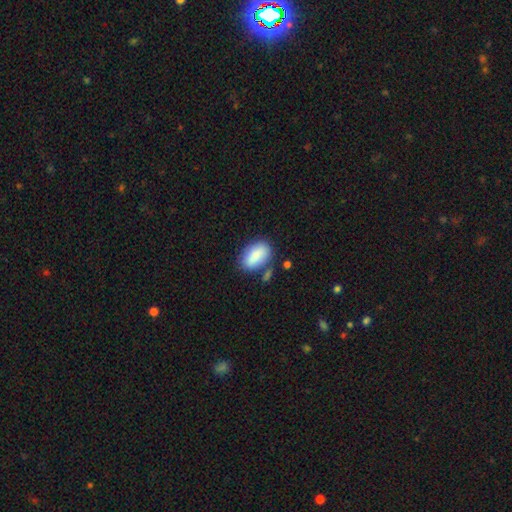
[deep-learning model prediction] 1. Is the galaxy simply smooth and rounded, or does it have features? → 85% smooth, 8% featured or disk, 7% star or artifact.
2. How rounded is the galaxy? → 92% in between, 6% round, 2% cigar-shaped.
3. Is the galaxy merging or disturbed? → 65% none, 19% minor disturbance, 10% merger, 6% major disturbance.